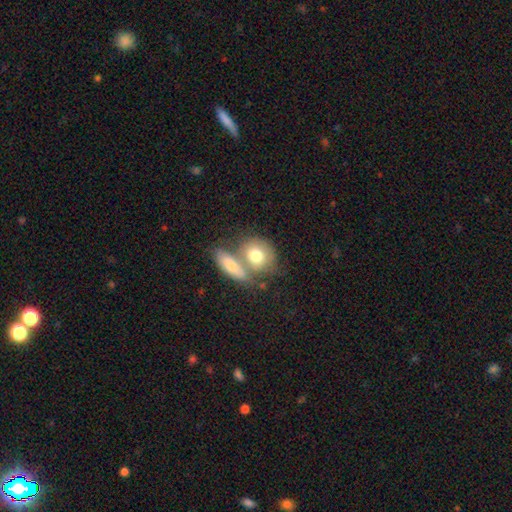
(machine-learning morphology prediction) Smooth or featured? Predicted: smooth (p=0.72). How rounded? Predicted: round (p=0.54). Merging? Predicted: merger (p=0.49).